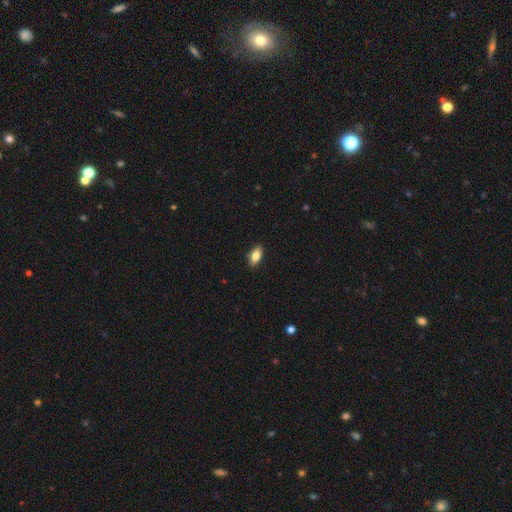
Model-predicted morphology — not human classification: A smooth galaxy with no disk features (78%) that is in between round and cigar-shaped (87%).

Vote fractions:
- Smooth or featured? smooth: 78% / featured or disk: 15% / star or artifact: 7%
- How rounded? in between: 87% / cigar-shaped: 9% / round: 4%
- Merging? none: 88% / minor disturbance: 9% / major disturbance: 2% / merger: 1%